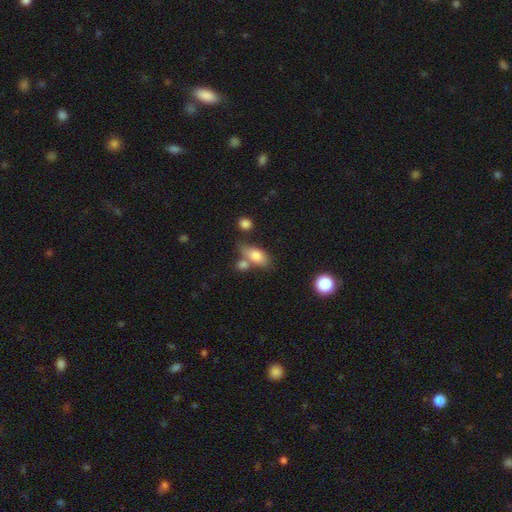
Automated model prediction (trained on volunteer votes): Morphology: type=smooth (77%); roundness=in between (83%); merging=none (48%).